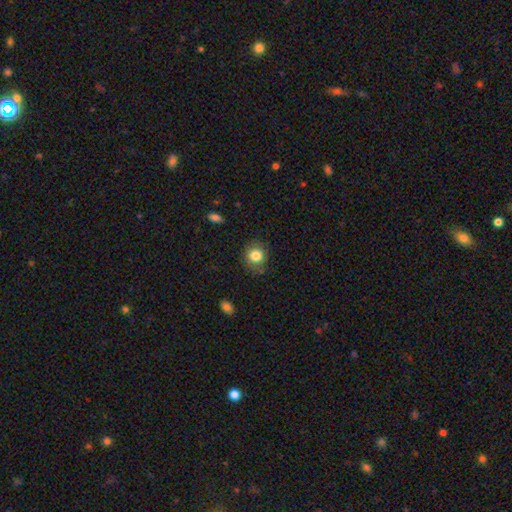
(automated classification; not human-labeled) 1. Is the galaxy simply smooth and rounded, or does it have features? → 83% smooth, 10% star or artifact, 7% featured or disk.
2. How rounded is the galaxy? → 84% round, 15% in between, 1% cigar-shaped.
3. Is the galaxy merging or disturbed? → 80% none, 14% minor disturbance, 4% major disturbance, 2% merger.